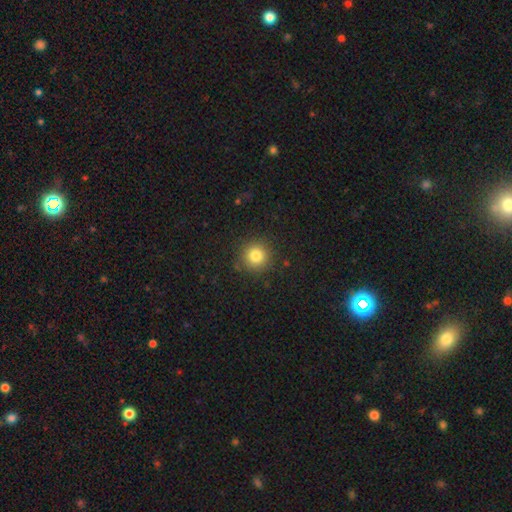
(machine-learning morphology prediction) Smooth or featured? Predicted: smooth (p=0.82). How rounded? Predicted: round (p=0.94). Merging? Predicted: none (p=0.89).